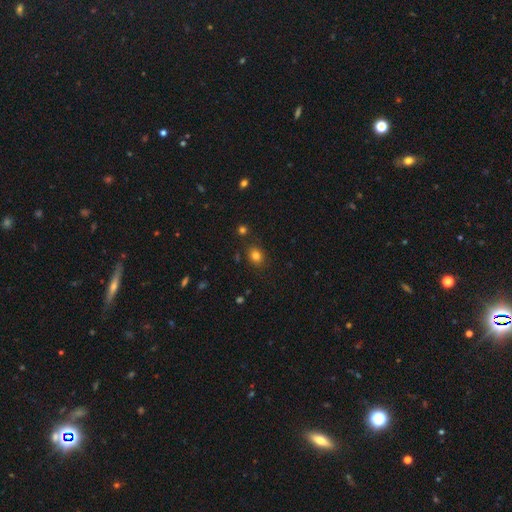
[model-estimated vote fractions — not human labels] smooth 81%, star or artifact 14%, featured or disk 6%. Down the decision tree: how rounded — round (54%); merging — none (83%).